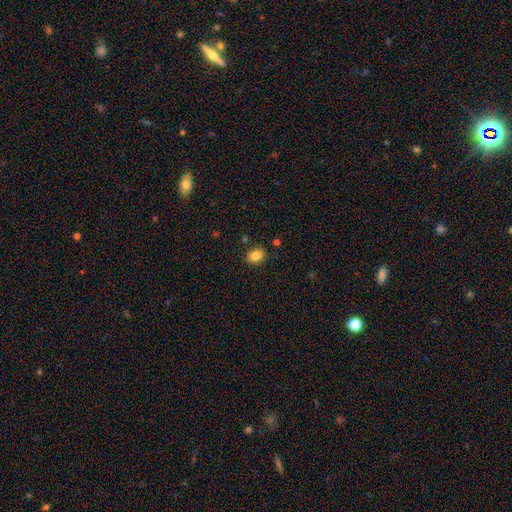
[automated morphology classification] smooth 84%, star or artifact 10%, featured or disk 6%. Down the decision tree: how rounded — in between (54%); merging — none (86%).